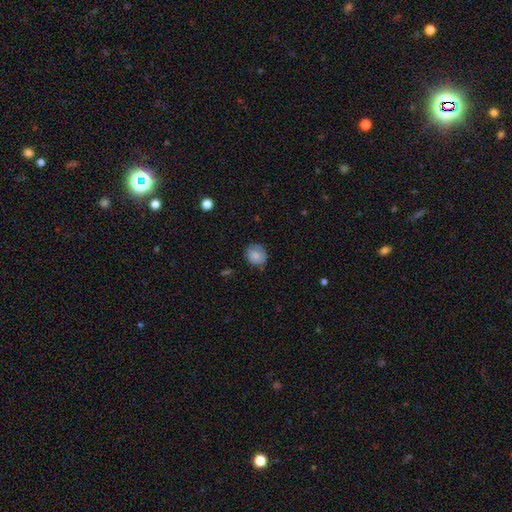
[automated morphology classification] Smooth or featured? smooth (81%)
How rounded? round (75%)
Merging? none (68%)